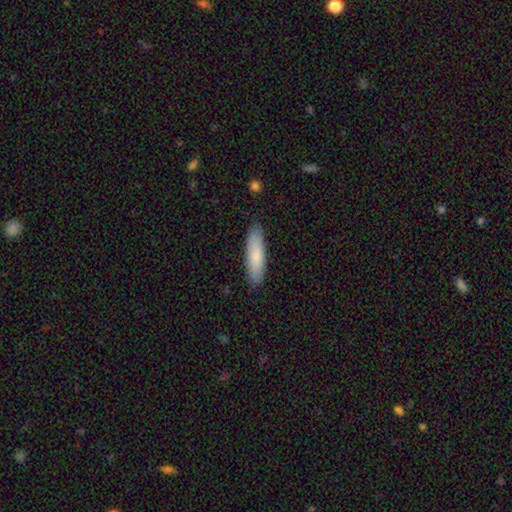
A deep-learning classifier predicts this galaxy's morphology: Smooth or featured: smooth — 82% (featured or disk — 13%)
How rounded: cigar-shaped — 64% (in between — 35%)
Merging: none — 88% (minor disturbance — 10%)